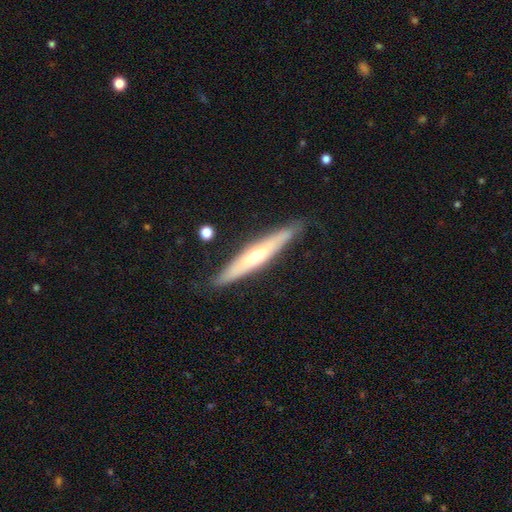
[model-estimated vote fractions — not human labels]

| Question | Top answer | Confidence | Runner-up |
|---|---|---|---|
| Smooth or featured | featured or disk | 59% | smooth (35%) |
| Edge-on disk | yes | 87% | no (13%) |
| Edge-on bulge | rounded | 76% | none (20%) |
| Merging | none | 83% | minor disturbance (13%) |